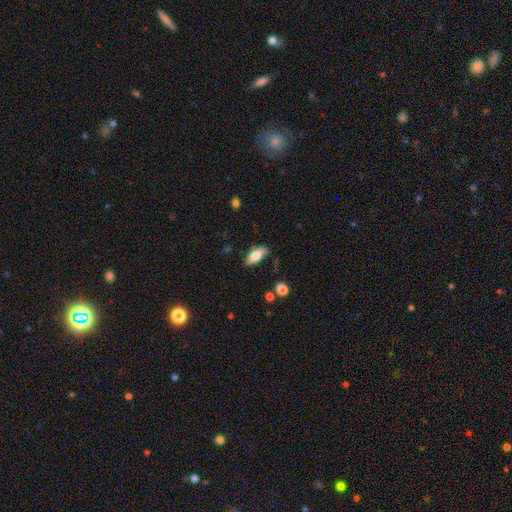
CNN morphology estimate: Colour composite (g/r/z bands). It shows a smooth galaxy with no disk features (74%) that is in between round and cigar-shaped (75%). Merging: none (77%).